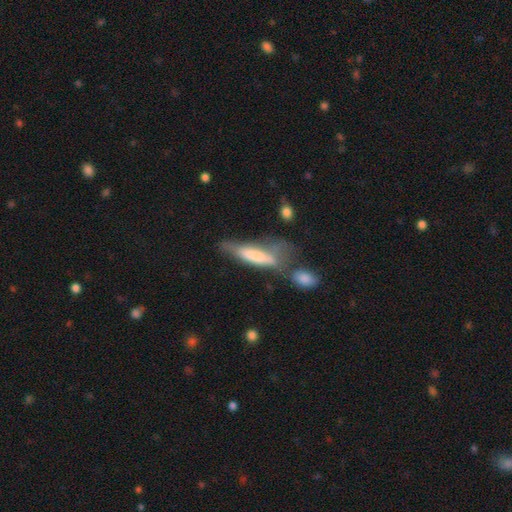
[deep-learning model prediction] Overall: smooth (61%; featured or disk 32%). How rounded: cigar-shaped (71%). Merging: none (28%; major disturbance 24%).